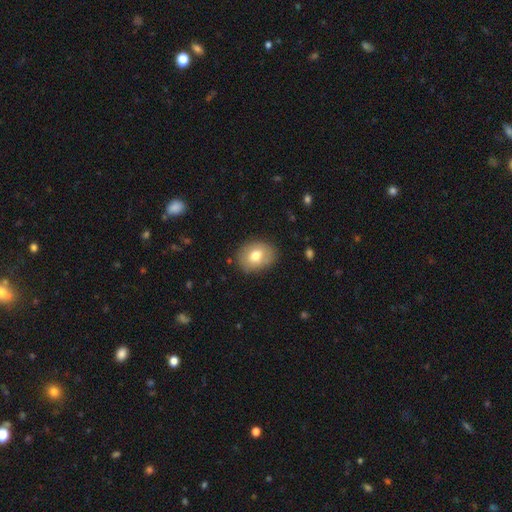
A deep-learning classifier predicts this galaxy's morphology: A smooth galaxy with no disk features (72%) that is in between round and cigar-shaped (61%). Merging: none (82%).